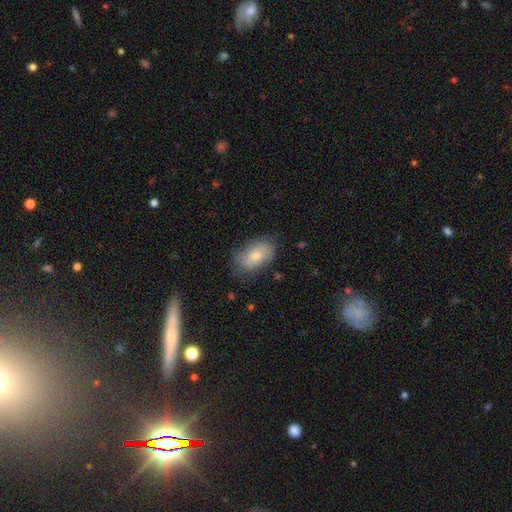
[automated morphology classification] The model was most divided on "merging": none: 67%, minor disturbance: 24%, major disturbance: 7%, merger: 2%. More confident: how rounded — in between (91%); smooth or featured — smooth (73%).